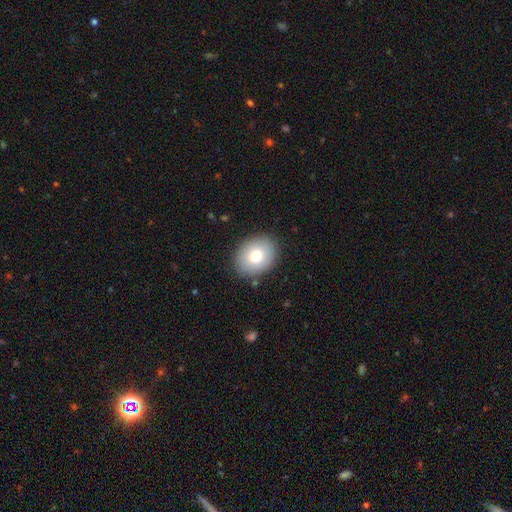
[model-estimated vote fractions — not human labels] Morphology: type=smooth (76%); roundness=in between (56%); merging=none (87%).